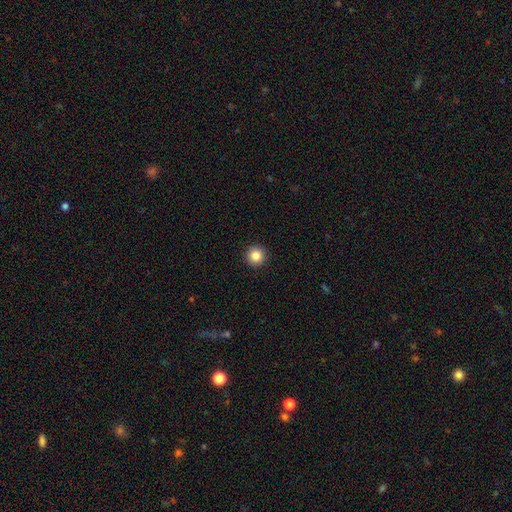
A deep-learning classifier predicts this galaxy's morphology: Smooth or featured? Predicted: smooth (p=0.86). How rounded? Predicted: round (p=0.96). Merging? Predicted: none (p=0.93).